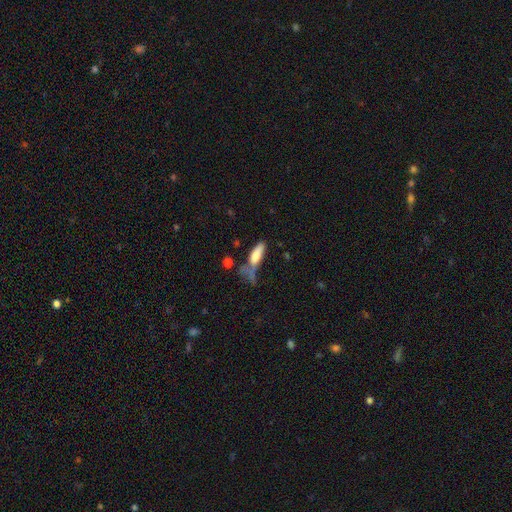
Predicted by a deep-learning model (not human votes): Morphology: type=smooth (69%); roundness=cigar-shaped (53%); merging=none (36%).